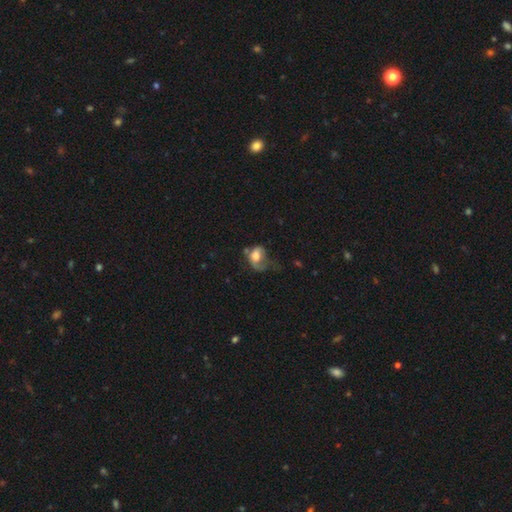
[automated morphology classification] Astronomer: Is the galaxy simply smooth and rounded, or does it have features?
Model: smooth — 57% (runner-up: featured or disk, 35%).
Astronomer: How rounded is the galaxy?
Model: in between — 67%.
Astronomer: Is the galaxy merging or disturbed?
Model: major disturbance — 53%.